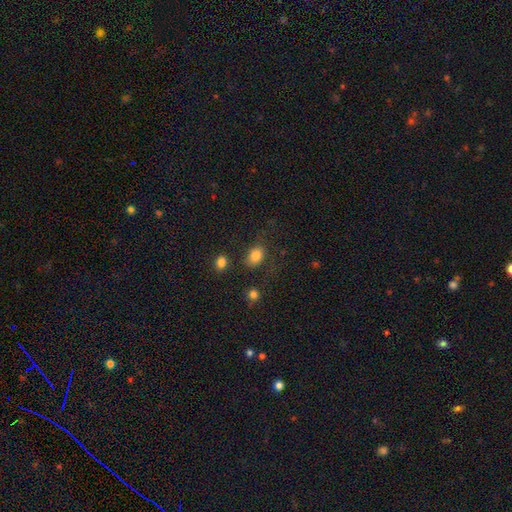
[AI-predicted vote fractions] Smooth or featured? smooth (83%)
How rounded? in between (68%)
Merging? none (69%)